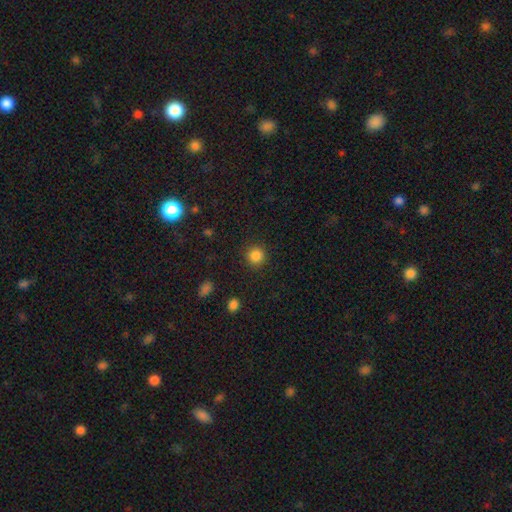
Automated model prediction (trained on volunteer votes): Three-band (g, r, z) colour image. It shows a smooth galaxy with no disk features (85%) that is round (94%). Merging: none (91%).